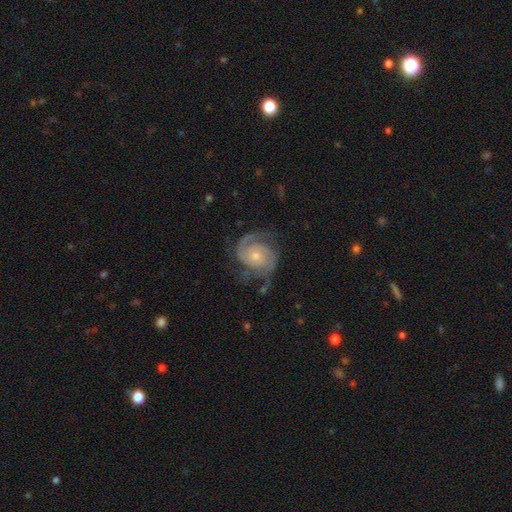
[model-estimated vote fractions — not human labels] The model was most divided on "bulge size": small: 50%, moderate: 44%, large: 3%, none: 2%, dominant: 1%. More confident: spiral arms — yes (98%); edge-on disk — no (98%); smooth or featured — featured or disk (90%); spiral arm count — 2 (85%); merging — none (72%); bar — no (71%); spiral winding — tight (50%).